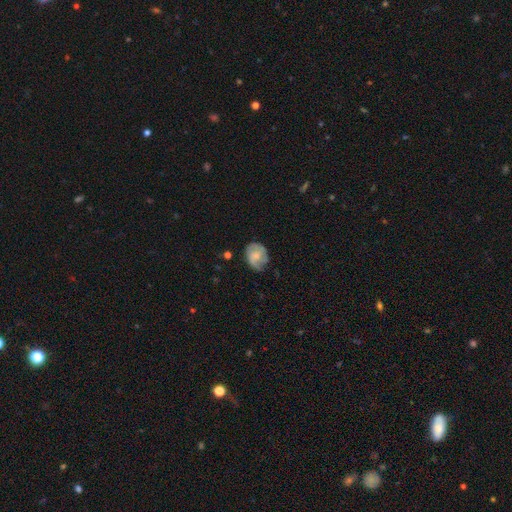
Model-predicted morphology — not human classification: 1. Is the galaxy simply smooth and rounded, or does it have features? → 47% smooth, 46% featured or disk, 7% star or artifact.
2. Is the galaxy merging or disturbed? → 63% none, 27% minor disturbance, 9% major disturbance, 2% merger.